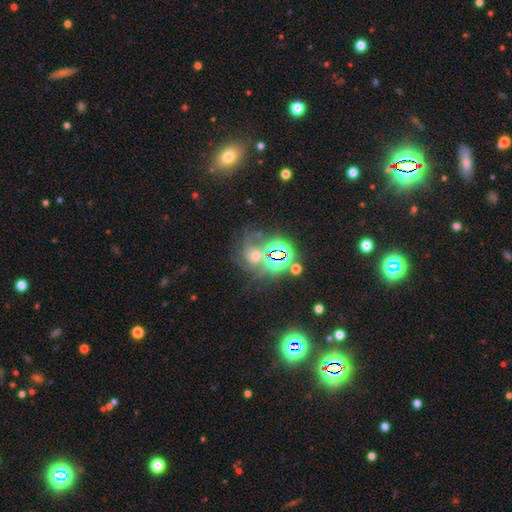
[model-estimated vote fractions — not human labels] Q: Smooth or featured?
A: star or artifact (47%); runner-up: featured or disk (35%)